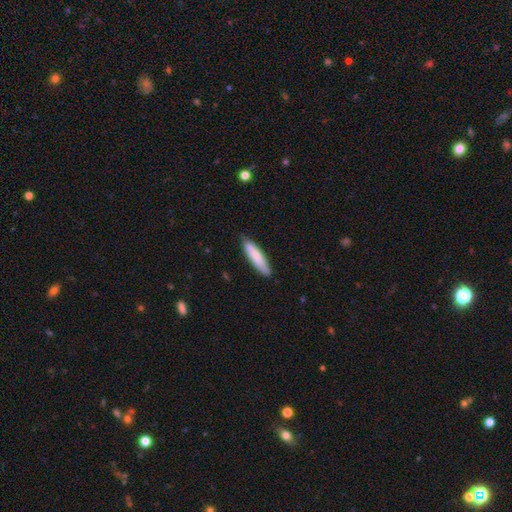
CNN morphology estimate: Smooth or featured?
  - smooth: 78% *
  - featured or disk: 16%
  - star or artifact: 6%
How rounded?
  - cigar-shaped: 73% *
  - in between: 26%
  - round: 1%
Merging?
  - none: 78% *
  - minor disturbance: 17%
  - merger: 3%
  - major disturbance: 2%